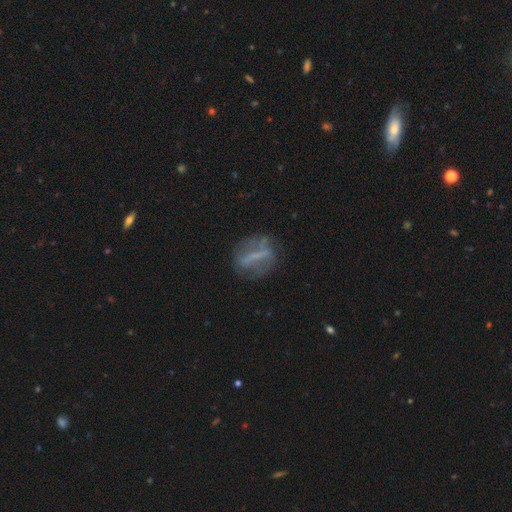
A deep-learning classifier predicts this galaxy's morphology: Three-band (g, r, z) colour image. It shows a featured or disk galaxy (58%). Merging: none (69%).